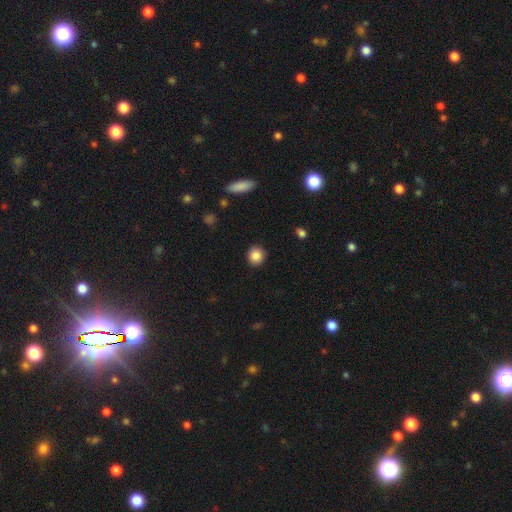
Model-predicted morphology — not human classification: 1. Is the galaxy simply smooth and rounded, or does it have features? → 86% smooth, 9% star or artifact, 4% featured or disk.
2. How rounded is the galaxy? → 87% round, 12% in between, 1% cigar-shaped.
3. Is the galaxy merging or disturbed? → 91% none, 6% minor disturbance, 2% major disturbance, 1% merger.